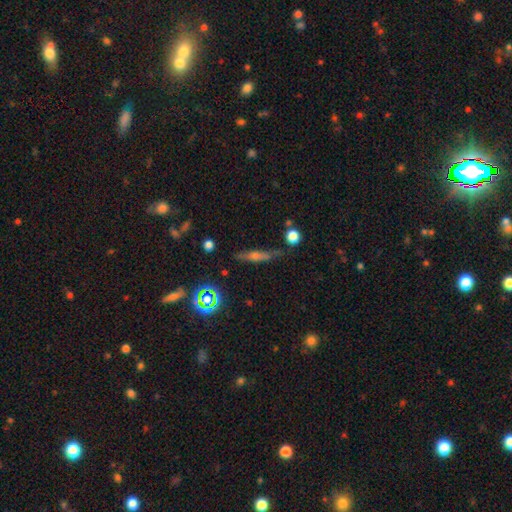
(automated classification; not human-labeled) Smooth or featured? Predicted: featured or disk (p=0.42). Merging? Predicted: none (p=0.75).